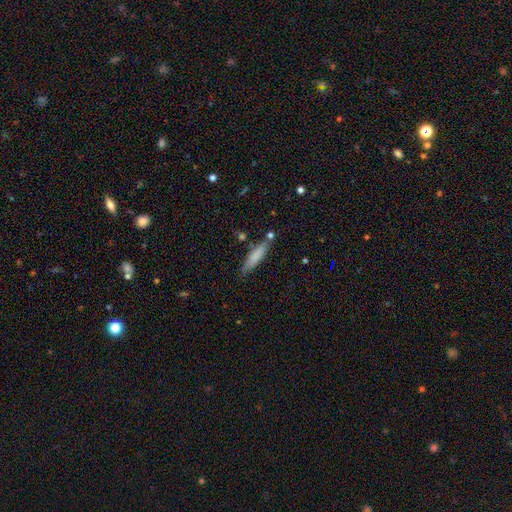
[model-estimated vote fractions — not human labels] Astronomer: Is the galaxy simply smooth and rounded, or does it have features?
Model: smooth — 76%.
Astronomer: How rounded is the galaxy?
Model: cigar-shaped — 80%.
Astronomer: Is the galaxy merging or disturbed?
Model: none — 76%.